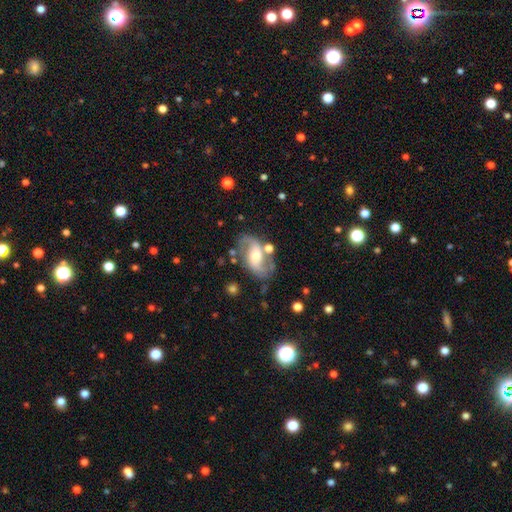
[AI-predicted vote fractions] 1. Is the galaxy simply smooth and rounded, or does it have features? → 81% featured or disk, 13% smooth, 6% star or artifact.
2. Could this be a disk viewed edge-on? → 96% no, 4% yes.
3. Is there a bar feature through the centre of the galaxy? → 38% weak, 37% no, 25% strong.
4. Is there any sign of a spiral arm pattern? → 90% yes, 10% no.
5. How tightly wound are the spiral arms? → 44% medium, 43% loose, 14% tight.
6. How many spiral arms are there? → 90% 2, 5% can't tell, 2% 1, 1% 3, 1% 4, 1% more than 4.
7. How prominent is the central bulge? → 64% moderate, 25% small, 8% large, 1% none, 1% dominant.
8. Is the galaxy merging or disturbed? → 70% none, 16% minor disturbance, 8% major disturbance, 6% merger.